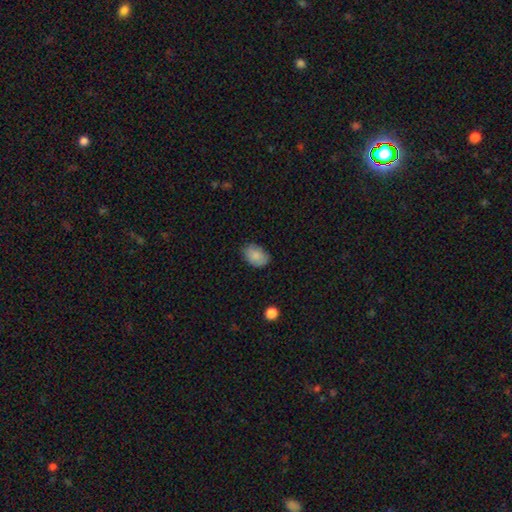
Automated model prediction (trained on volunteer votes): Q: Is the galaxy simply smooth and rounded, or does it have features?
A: smooth — 85%.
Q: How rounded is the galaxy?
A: in between — 82%.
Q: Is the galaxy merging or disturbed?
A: none — 78%.